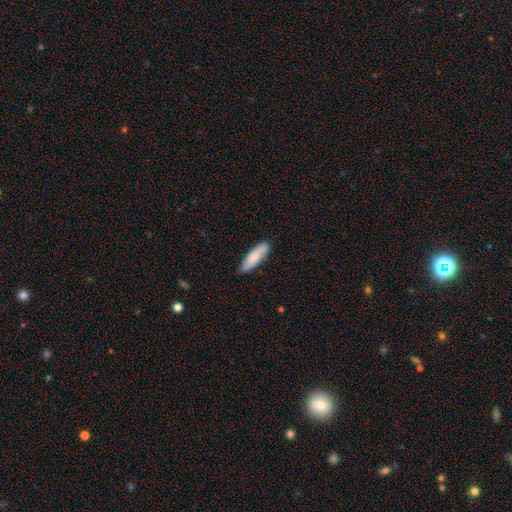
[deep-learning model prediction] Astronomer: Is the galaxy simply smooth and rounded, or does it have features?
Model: smooth — 75%.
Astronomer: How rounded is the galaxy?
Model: cigar-shaped — 53% (runner-up: in between, 46%).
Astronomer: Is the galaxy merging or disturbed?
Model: none — 81%.